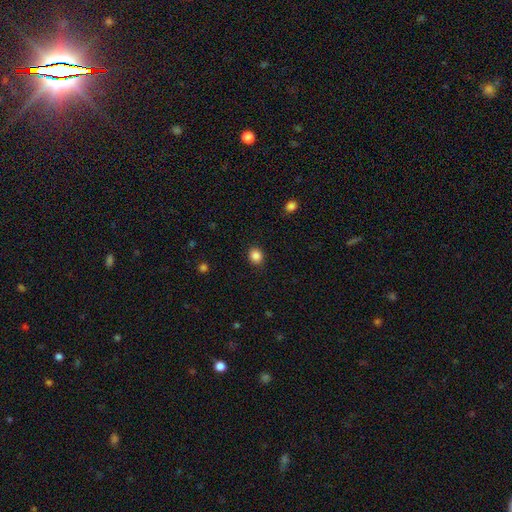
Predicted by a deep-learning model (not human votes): Smooth or featured? smooth (86%)
How rounded? round (73%)
Merging? none (89%)